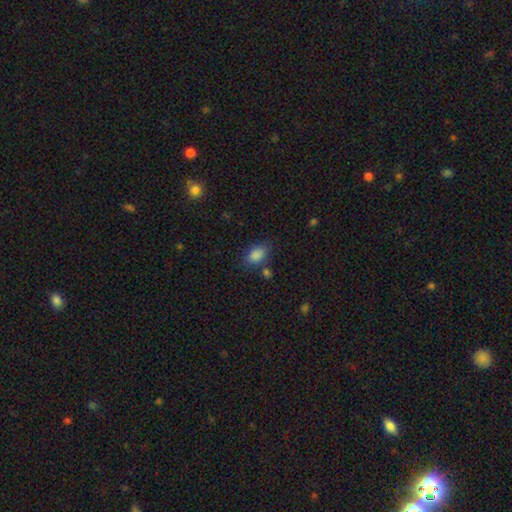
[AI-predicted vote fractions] Smooth or featured: smooth — 86% (star or artifact — 9%)
How rounded: in between — 86% (round — 12%)
Merging: none — 72% (minor disturbance — 16%)